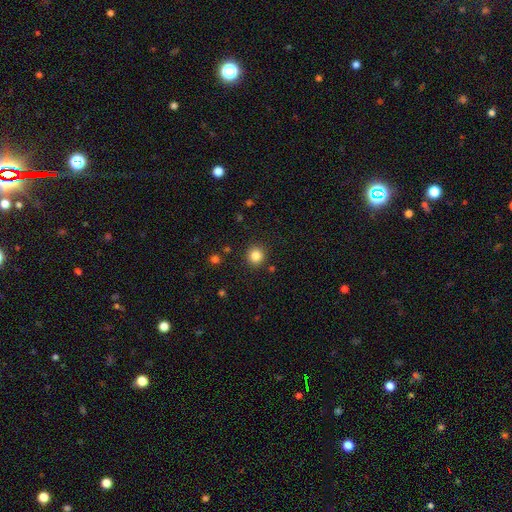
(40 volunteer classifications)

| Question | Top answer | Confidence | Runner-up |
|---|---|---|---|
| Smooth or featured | smooth | 80% | star or artifact (12%) |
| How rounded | round | 97% | in between (3%) |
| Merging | none | 97% | minor disturbance (3%) |